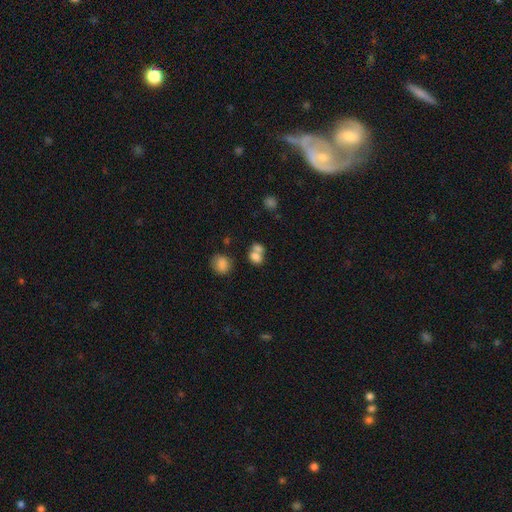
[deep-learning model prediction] The model was most divided on "how rounded": in between: 56%, round: 43%, cigar-shaped: 1%. More confident: smooth or featured — smooth (77%); merging — merger (56%).